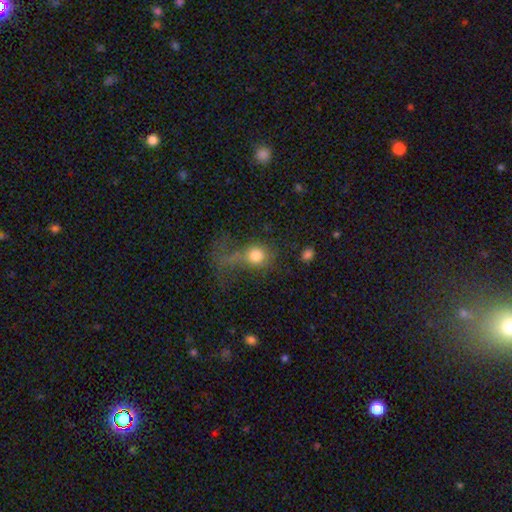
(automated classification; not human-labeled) This appears to be a smooth galaxy with no disk features (70%) that is round (73%). Merging: major disturbance (54%).